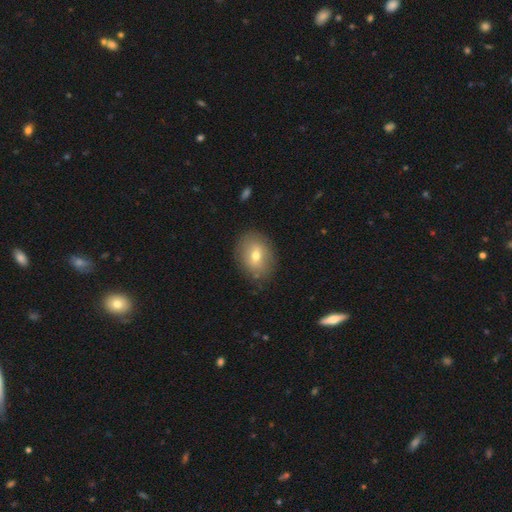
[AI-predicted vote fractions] A smooth galaxy with no disk features (65%) that is in between round and cigar-shaped (52%).

Vote fractions:
- Smooth or featured? smooth: 65% / featured or disk: 26% / star or artifact: 10%
- How rounded? in between: 52% / round: 47% / cigar-shaped: 1%
- Merging? none: 82% / minor disturbance: 13% / major disturbance: 4% / merger: 2%